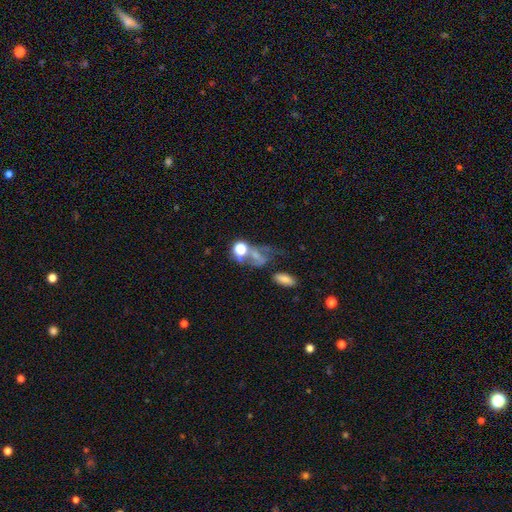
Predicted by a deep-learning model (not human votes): This appears to be a smooth galaxy with no disk features (48%). Merging: none (30%).